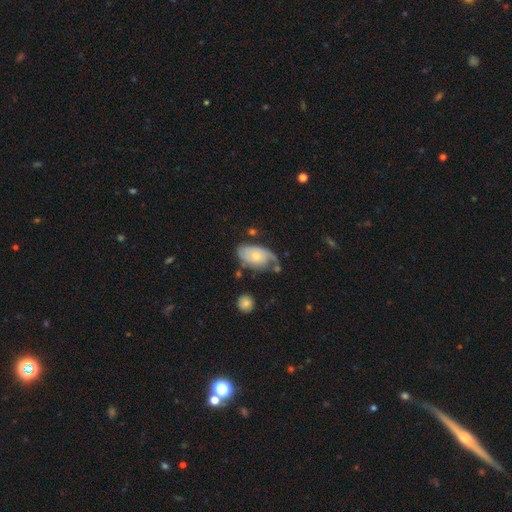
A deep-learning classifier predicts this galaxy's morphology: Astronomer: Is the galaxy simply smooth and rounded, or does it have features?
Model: featured or disk — 50% (runner-up: smooth, 44%).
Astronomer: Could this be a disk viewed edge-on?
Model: no — 93%.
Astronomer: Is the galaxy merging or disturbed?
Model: none — 43% (runner-up: minor disturbance, 31%).